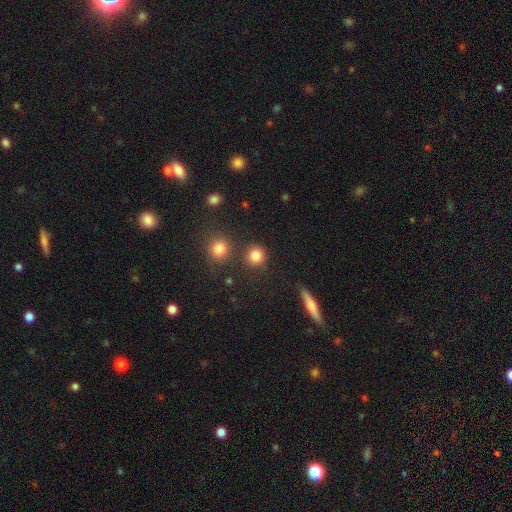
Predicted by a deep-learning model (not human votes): Smooth or featured? Predicted: smooth (p=0.83). How rounded? Predicted: round (p=0.91). Merging? Predicted: none (p=0.81).